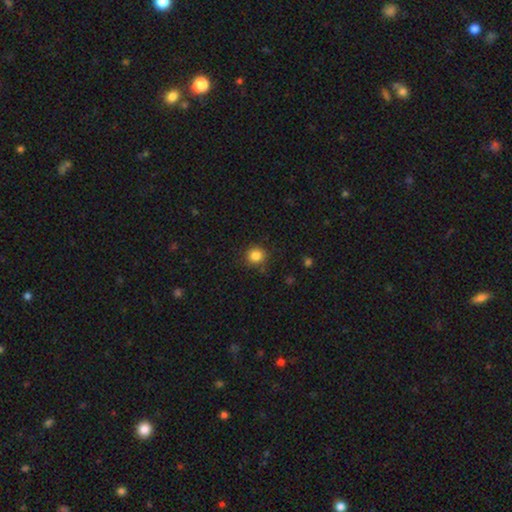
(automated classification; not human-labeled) Smooth or featured: smooth — 85% (star or artifact — 11%)
How rounded: round — 89% (in between — 10%)
Merging: none — 87% (minor disturbance — 9%)